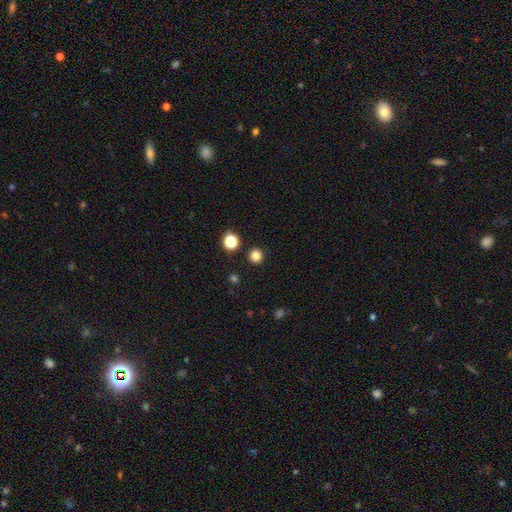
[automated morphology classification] Smooth or featured? smooth (83%)
How rounded? round (95%)
Merging? none (92%)